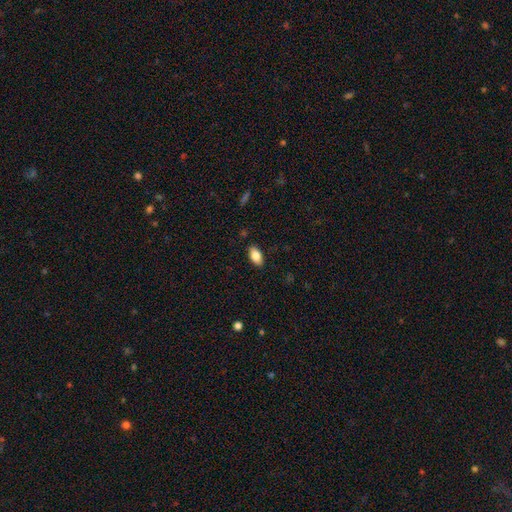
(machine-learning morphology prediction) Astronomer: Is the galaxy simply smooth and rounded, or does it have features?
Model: smooth — 82%.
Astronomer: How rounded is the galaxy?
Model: in between — 90%.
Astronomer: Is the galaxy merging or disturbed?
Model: none — 87%.